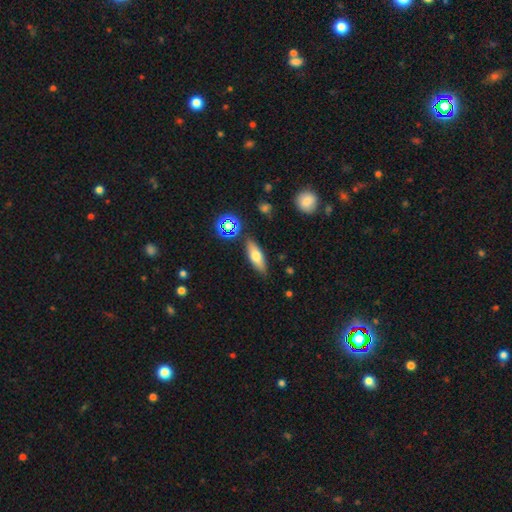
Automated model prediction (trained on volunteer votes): Smooth or featured?
  - smooth: 64% *
  - featured or disk: 26%
  - star or artifact: 10%
How rounded?
  - in between: 58% *
  - cigar-shaped: 38%
  - round: 4%
Merging?
  - none: 84% *
  - minor disturbance: 10%
  - merger: 3%
  - major disturbance: 3%